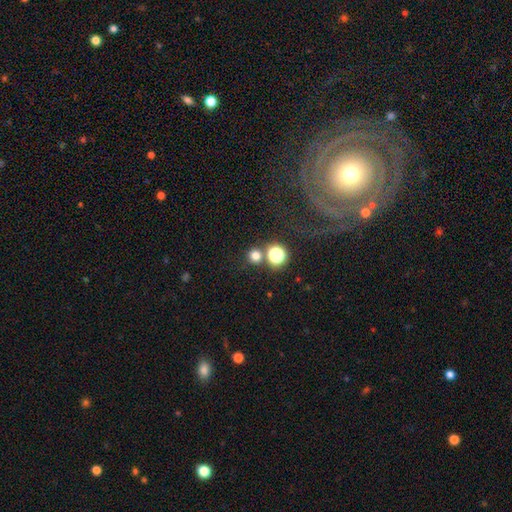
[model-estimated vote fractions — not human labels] Smooth or featured? Predicted: smooth (p=0.73). How rounded? Predicted: round (p=0.92). Merging? Predicted: none (p=0.77).